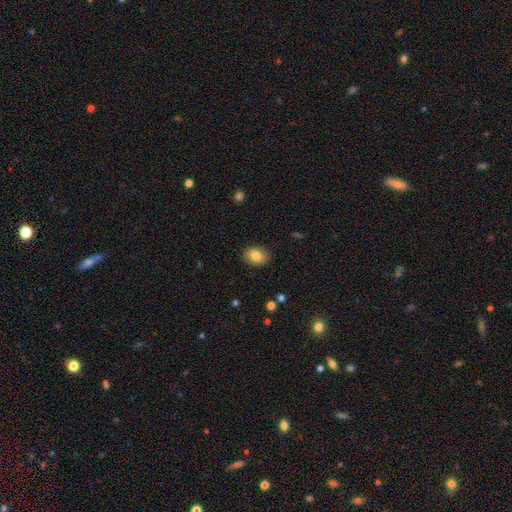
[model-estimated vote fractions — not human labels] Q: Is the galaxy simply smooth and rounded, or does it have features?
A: smooth — 81%.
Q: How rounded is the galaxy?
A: in between — 72%.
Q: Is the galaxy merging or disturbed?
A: none — 88%.